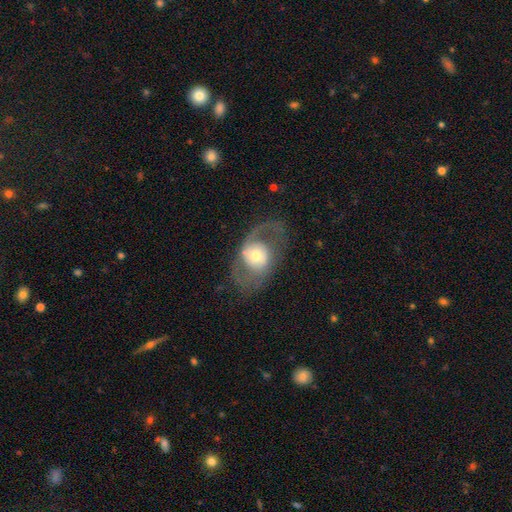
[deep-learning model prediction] Smooth or featured?
  - featured or disk: 68% *
  - smooth: 26%
  - star or artifact: 6%
Edge-on disk?
  - no: 94% *
  - yes: 6%
Bar?
  - no: 65% *
  - weak: 26%
  - strong: 9%
Spiral arms?
  - yes: 68% *
  - no: 32%
Bulge size?
  - moderate: 64% *
  - large: 18%
  - small: 14%
  - dominant: 2%
  - none: 1%
Merging?
  - none: 62% *
  - major disturbance: 20%
  - minor disturbance: 16%
  - merger: 2%